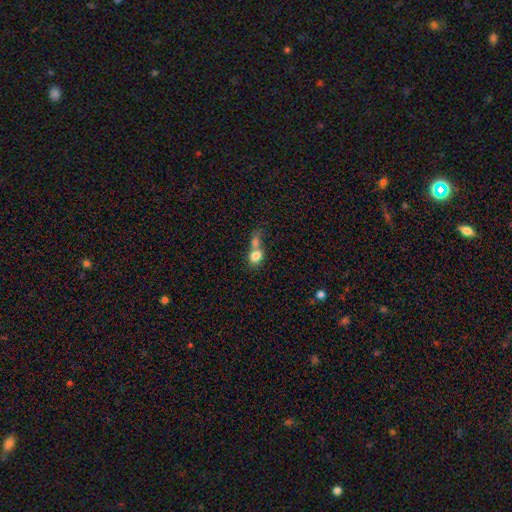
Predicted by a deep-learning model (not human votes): Morphology: type=smooth (78%); roundness=round (50%); merging=merger (64%).